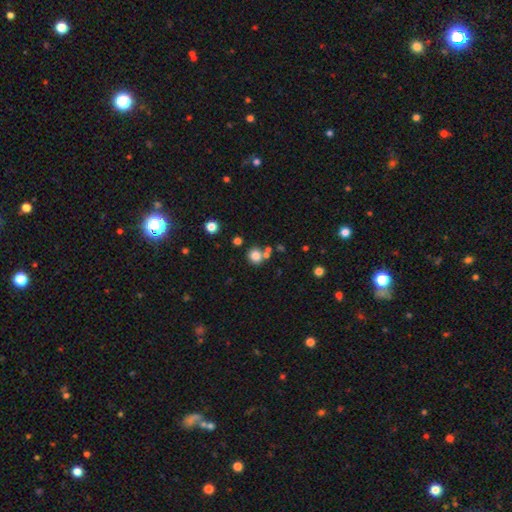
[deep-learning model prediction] smooth-or-featured: smooth: 82% | star or artifact: 12% | featured or disk: 6%
  how-rounded: round: 86% | in between: 13% | cigar-shaped: 1%
  merging: none: 69% | merger: 18% | minor disturbance: 9% | major disturbance: 3%